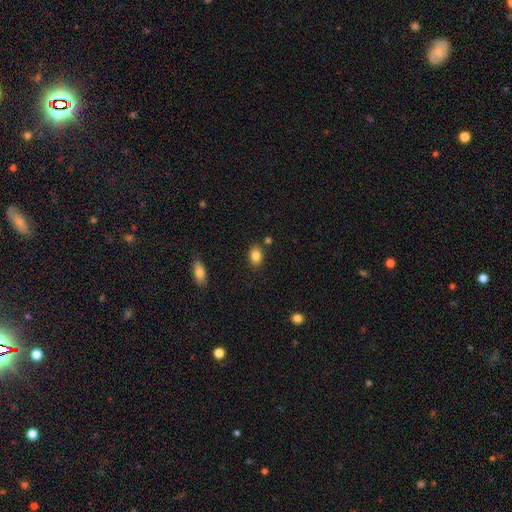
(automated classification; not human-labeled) Smooth or featured? Predicted: smooth (p=0.84). How rounded? Predicted: in between (p=0.75). Merging? Predicted: none (p=0.82).